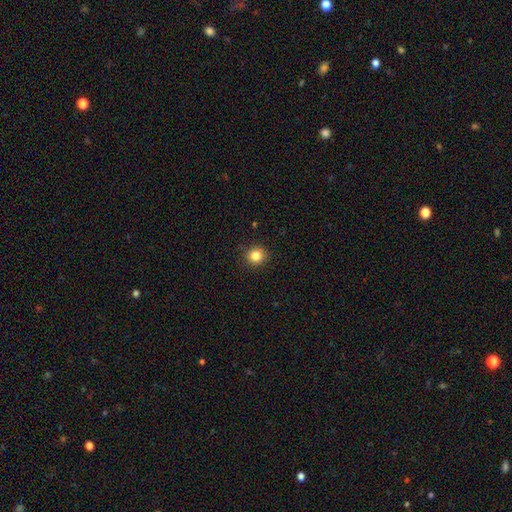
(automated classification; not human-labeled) The model was most divided on "smooth or featured": smooth: 83%, star or artifact: 12%, featured or disk: 5%. More confident: merging — none (91%); how rounded — round (90%).